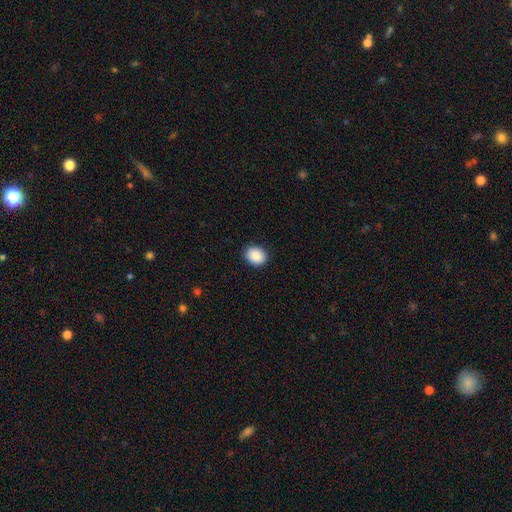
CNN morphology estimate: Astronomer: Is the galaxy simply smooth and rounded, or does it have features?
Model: smooth — 90%.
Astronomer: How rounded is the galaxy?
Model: round — 56% (runner-up: in between, 44%).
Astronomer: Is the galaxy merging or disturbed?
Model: none — 90%.